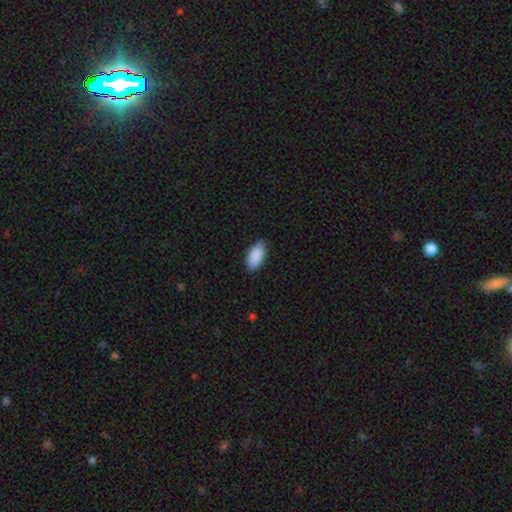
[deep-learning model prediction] A smooth galaxy with no disk features (90%) that is in between round and cigar-shaped (92%).

Vote fractions:
- Smooth or featured? smooth: 90% / star or artifact: 6% / featured or disk: 4%
- How rounded? in between: 92% / cigar-shaped: 6% / round: 2%
- Merging? none: 84% / minor disturbance: 13% / major disturbance: 2% / merger: 1%